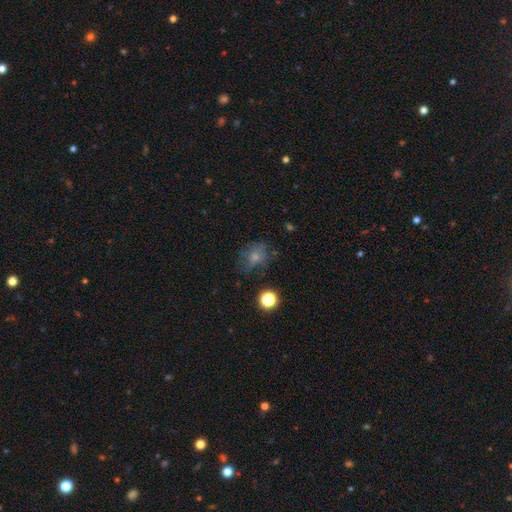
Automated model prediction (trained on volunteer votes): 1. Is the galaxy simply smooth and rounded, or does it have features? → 49% smooth, 26% star or artifact, 25% featured or disk.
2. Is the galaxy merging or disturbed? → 67% none, 20% minor disturbance, 11% major disturbance, 3% merger.